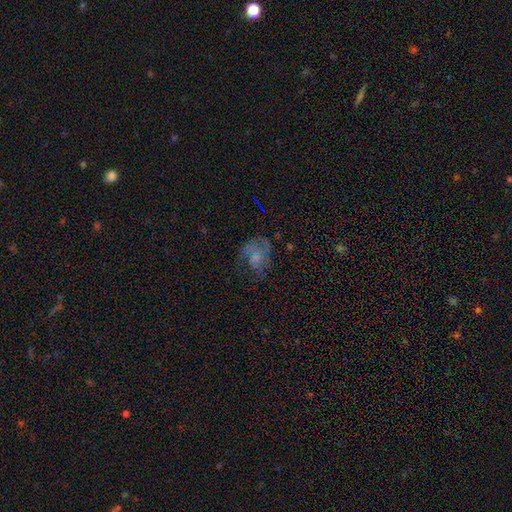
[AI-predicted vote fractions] Smooth or featured? featured or disk (52%)
Edge-on disk? no (98%)
Bar? no (77%)
Spiral arms? yes (70%)
Bulge size? small (49%)
Merging? none (45%)